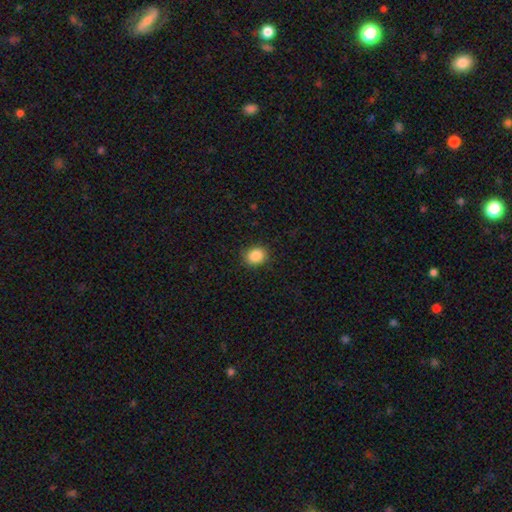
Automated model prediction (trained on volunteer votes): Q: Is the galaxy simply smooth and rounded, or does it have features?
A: smooth — 87%.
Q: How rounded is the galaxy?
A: round — 68%.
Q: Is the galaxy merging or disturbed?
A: none — 88%.